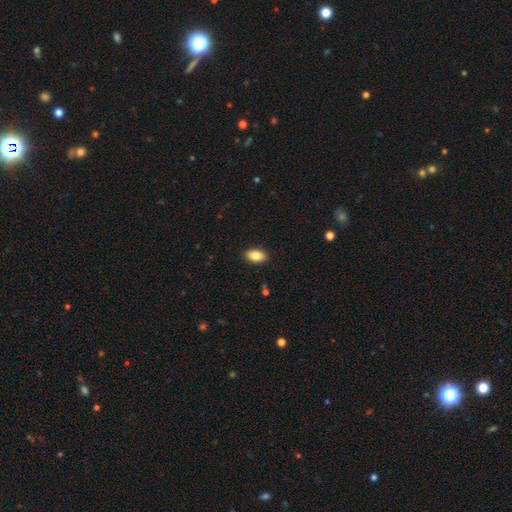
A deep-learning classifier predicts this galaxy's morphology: Smooth or featured? smooth (83%)
How rounded? in between (90%)
Merging? none (90%)